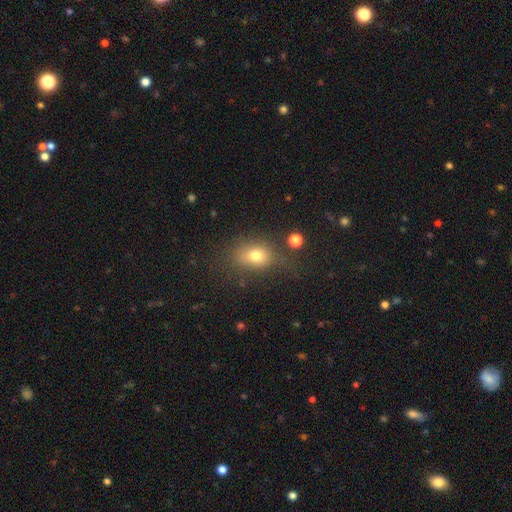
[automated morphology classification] smooth-or-featured: smooth: 75% | star or artifact: 13% | featured or disk: 12%
  how-rounded: in between: 57% | round: 41% | cigar-shaped: 2%
  merging: none: 60% | minor disturbance: 22% | major disturbance: 13% | merger: 5%